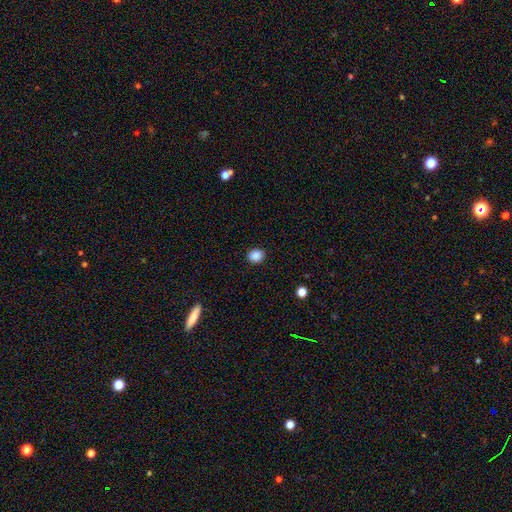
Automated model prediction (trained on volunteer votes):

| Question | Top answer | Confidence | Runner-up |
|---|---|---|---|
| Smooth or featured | smooth | 88% | star or artifact (9%) |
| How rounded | round | 61% | in between (38%) |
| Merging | none | 90% | minor disturbance (7%) |